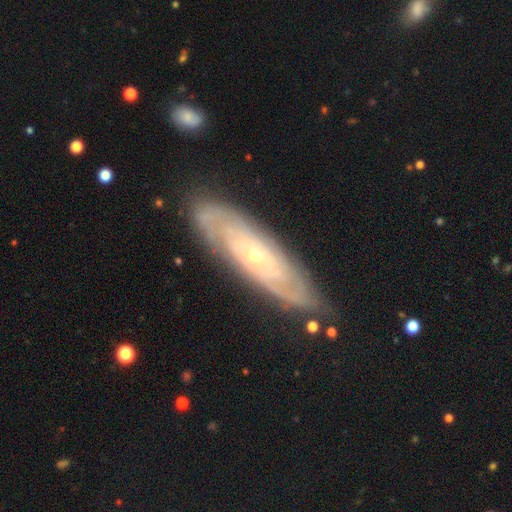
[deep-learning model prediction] This appears to be a featured or disk galaxy (82%) with no bar (77%), tight (75%) spiral arms (89%) and a small central bulge (76%). Merging: none (83%).